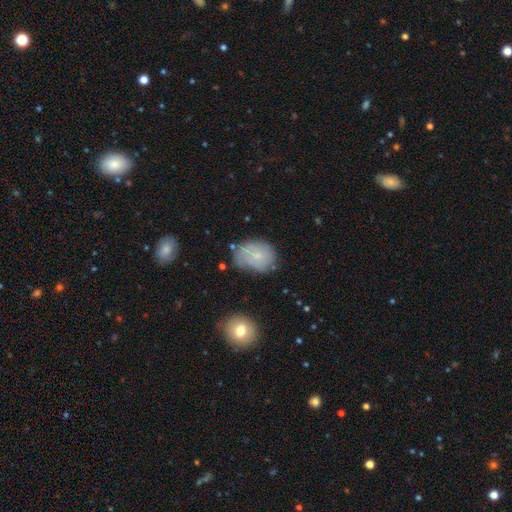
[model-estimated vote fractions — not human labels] Smooth or featured?
  - smooth: 55% *
  - featured or disk: 35%
  - star or artifact: 10%
How rounded?
  - in between: 62% *
  - round: 37%
  - cigar-shaped: 1%
Merging?
  - none: 53% *
  - minor disturbance: 31%
  - major disturbance: 11%
  - merger: 4%